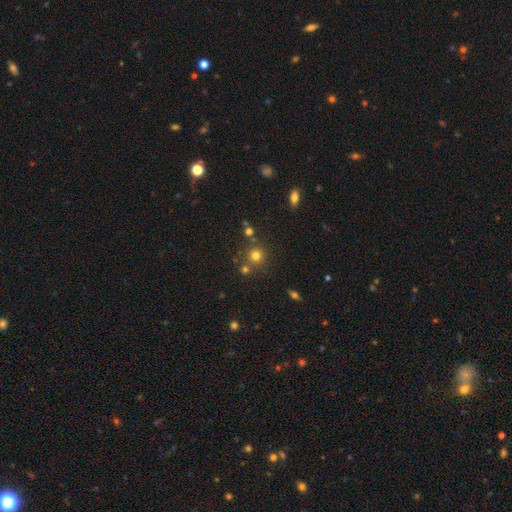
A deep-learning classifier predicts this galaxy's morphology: This appears to be a smooth galaxy with no disk features (72%) that is round (92%). Merging: none (76%).